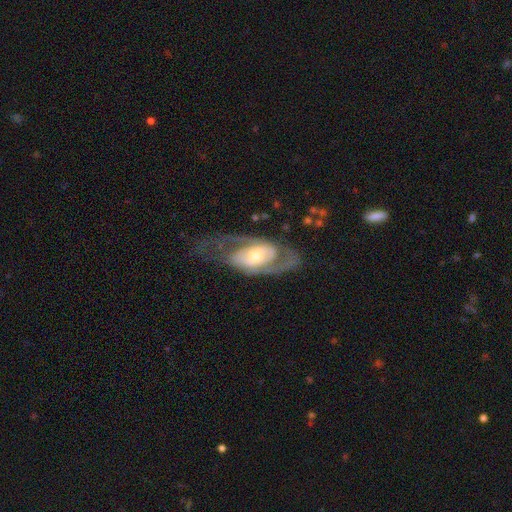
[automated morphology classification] Overall: featured or disk (83%). Edge-on disk: no (93%). Bar: no (45%; weak 36%). Spiral arms: yes (86%). Spiral arm count: 2 (82%). Spiral winding: medium (48%; tight 27%). Bulge size: moderate (56%; small 33%). Merging: none (58%; major disturbance 22%).